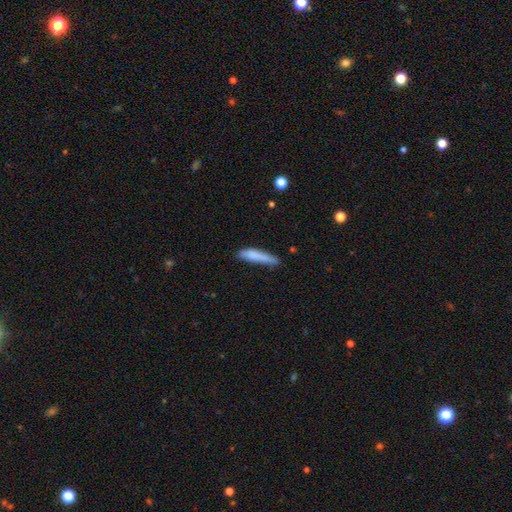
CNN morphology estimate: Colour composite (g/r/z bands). It shows a smooth galaxy with no disk features (80%) that is cigar-shaped (86%). Merging: none (62%).